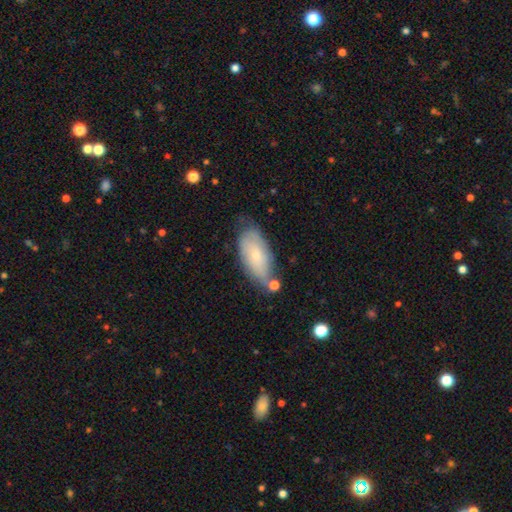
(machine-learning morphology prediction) smooth_or_featured: smooth (p=0.60) [alt: featured or disk p=0.34]
how_rounded: in between (p=0.88) [alt: cigar-shaped p=0.09]
merging: none (p=0.61) [alt: minor disturbance p=0.26]